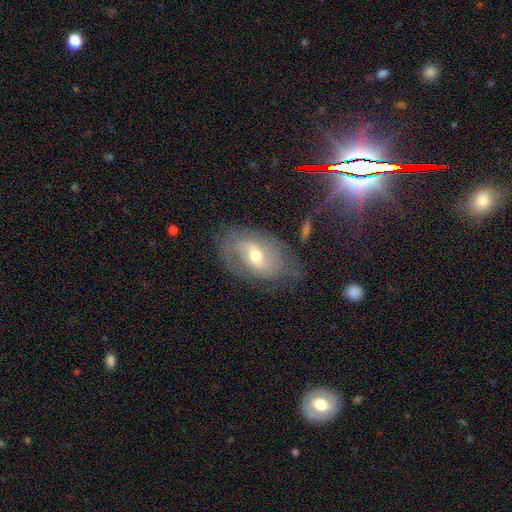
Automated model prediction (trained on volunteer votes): A featured or disk galaxy (66%) with a weak bar (48%), spiral arms (71%) and a moderate central bulge (72%). Merging: none (59%).